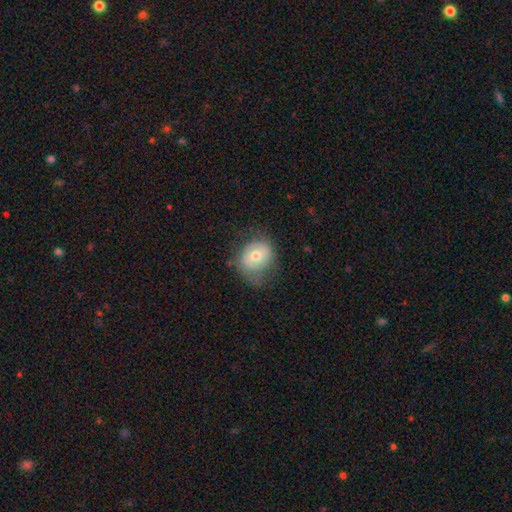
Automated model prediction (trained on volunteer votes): A smooth galaxy with no disk features (61%) that is round (63%). Merging: none (55%).